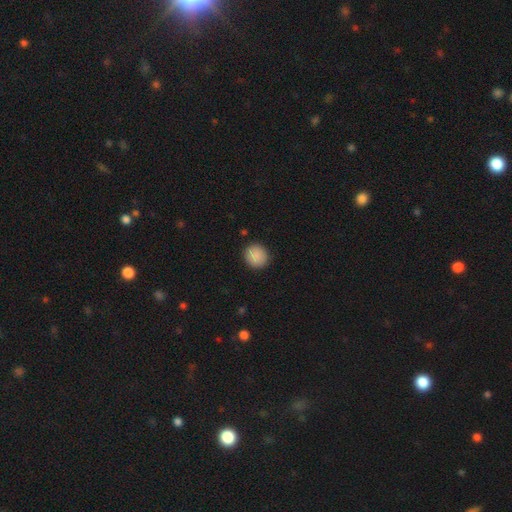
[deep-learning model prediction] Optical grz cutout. It shows a smooth galaxy with no disk features (89%) that is round (88%). Merging: none (90%).